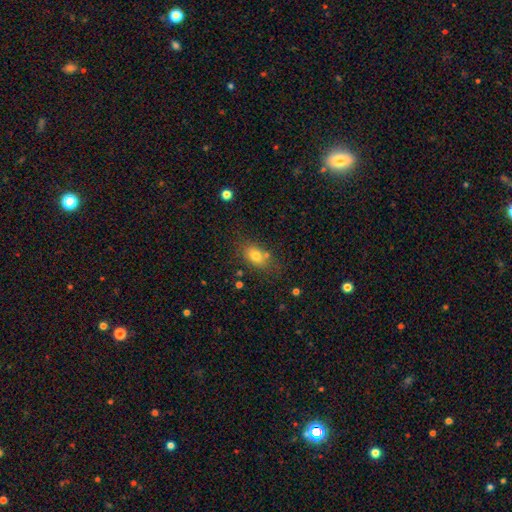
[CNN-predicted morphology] The model was most divided on "merging": none: 68%, minor disturbance: 16%, merger: 11%, major disturbance: 5%. More confident: how rounded — in between (79%); smooth or featured — smooth (77%).